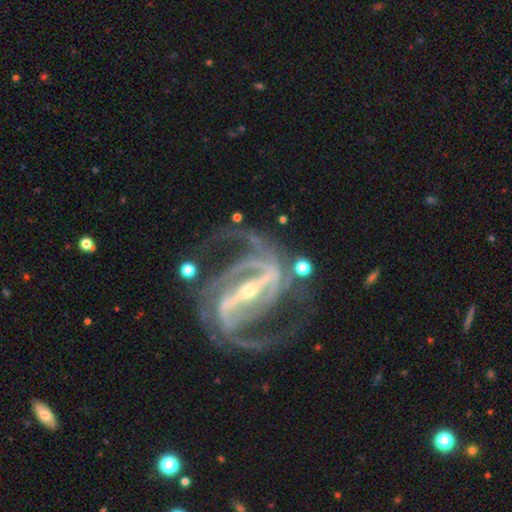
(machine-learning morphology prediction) Smooth or featured? Predicted: featured or disk (p=0.93). Edge-on disk? Predicted: no (p=0.96). Bar? Predicted: strong (p=0.87). Spiral arms? Predicted: yes (p=0.98). Spiral winding? Predicted: medium (p=0.53). Spiral arm count? Predicted: 2 (p=0.63). Bulge size? Predicted: small (p=0.72). Merging? Predicted: none (p=0.63).